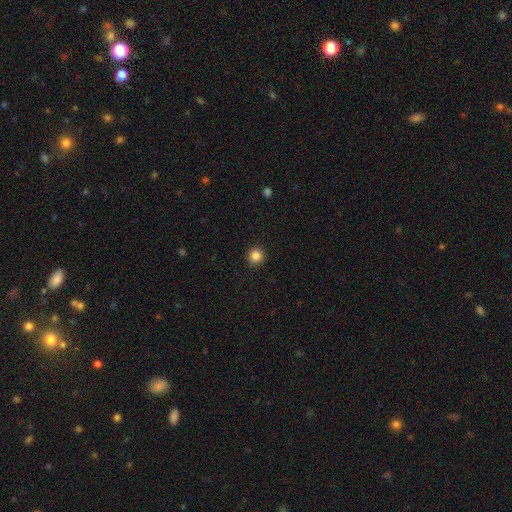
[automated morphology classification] smooth 86%, star or artifact 11%, featured or disk 3%. Down the decision tree: how rounded — round (95%); merging — none (93%).